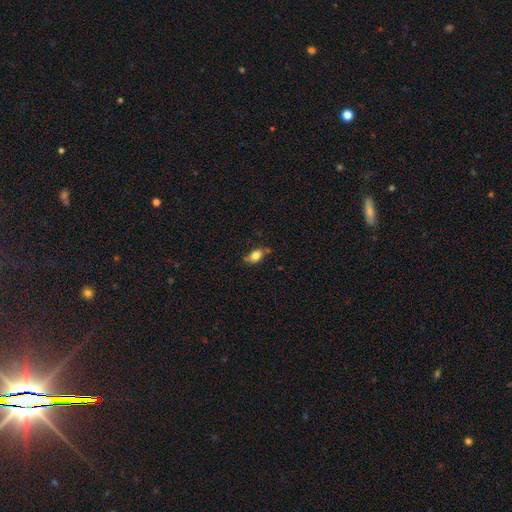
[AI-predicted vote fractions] The model was most divided on "merging": none: 66%, minor disturbance: 25%, major disturbance: 5%, merger: 4%. More confident: how rounded — in between (86%); smooth or featured — smooth (79%).